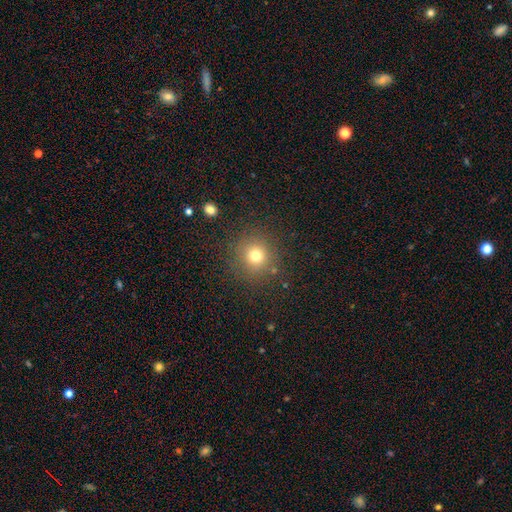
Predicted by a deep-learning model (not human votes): The model was most divided on "smooth or featured": smooth: 74%, star or artifact: 16%, featured or disk: 9%. More confident: how rounded — round (92%); merging — none (86%).